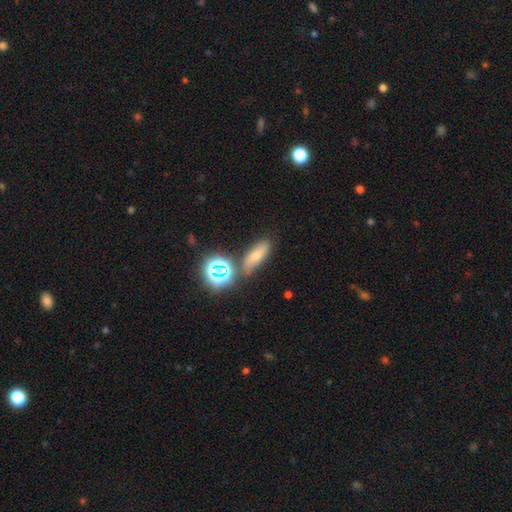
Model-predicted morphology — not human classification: This is likely a smooth galaxy (61%). How rounded: possibly in between (56%). Merging: likely none (71%).